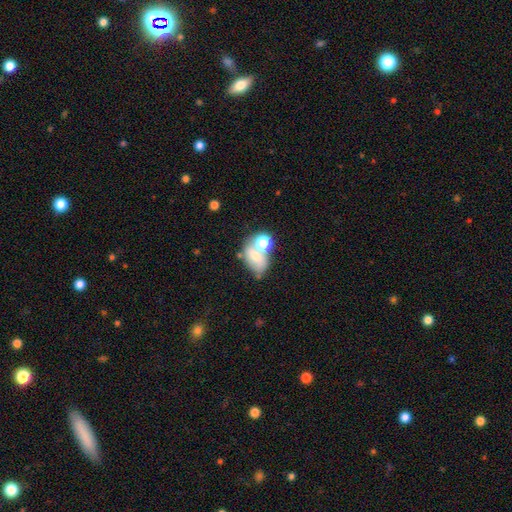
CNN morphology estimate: Smooth or featured? smooth (59%)
How rounded? in between (72%)
Merging? merger (43%)